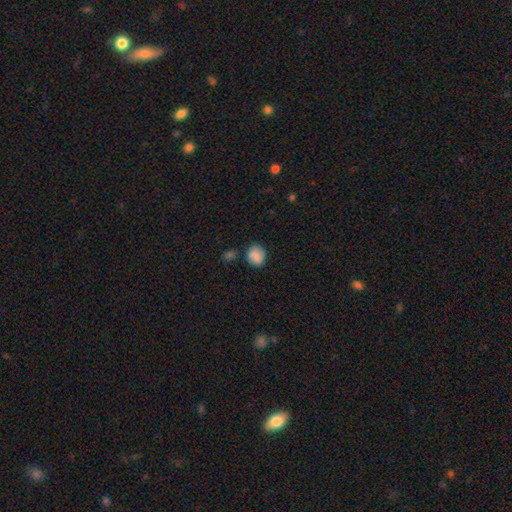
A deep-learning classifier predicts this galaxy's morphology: A smooth galaxy with no disk features (84%) that is round (67%).

Vote fractions:
- Smooth or featured? smooth: 84% / star or artifact: 9% / featured or disk: 7%
- How rounded? round: 67% / in between: 32% / cigar-shaped: 1%
- Merging? none: 68% / minor disturbance: 20% / merger: 7% / major disturbance: 5%